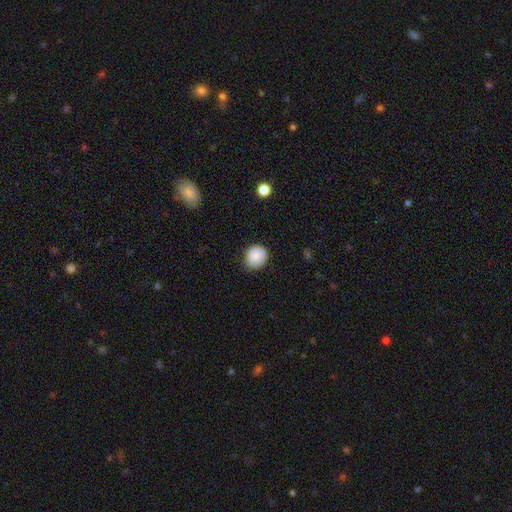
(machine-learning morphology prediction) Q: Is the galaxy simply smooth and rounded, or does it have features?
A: smooth — 86%.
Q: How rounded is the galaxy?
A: round — 75%.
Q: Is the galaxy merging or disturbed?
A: none — 75%.